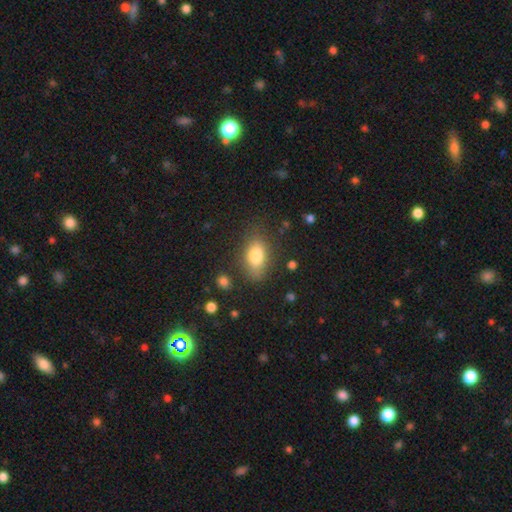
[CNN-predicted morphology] Q: Smooth or featured?
A: smooth (79%); runner-up: featured or disk (13%)
Q: How rounded?
A: in between (86%); runner-up: round (10%)
Q: Merging?
A: none (76%); runner-up: minor disturbance (16%)